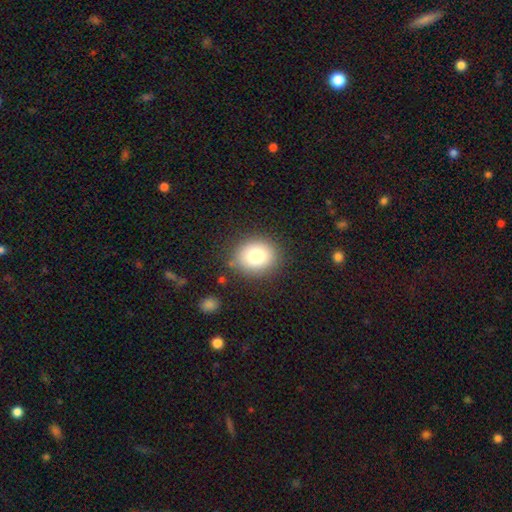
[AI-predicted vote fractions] Smooth or featured?
  - smooth: 79% *
  - star or artifact: 11%
  - featured or disk: 10%
How rounded?
  - round: 66% *
  - in between: 34%
  - cigar-shaped: 1%
Merging?
  - none: 83% *
  - minor disturbance: 11%
  - major disturbance: 4%
  - merger: 2%